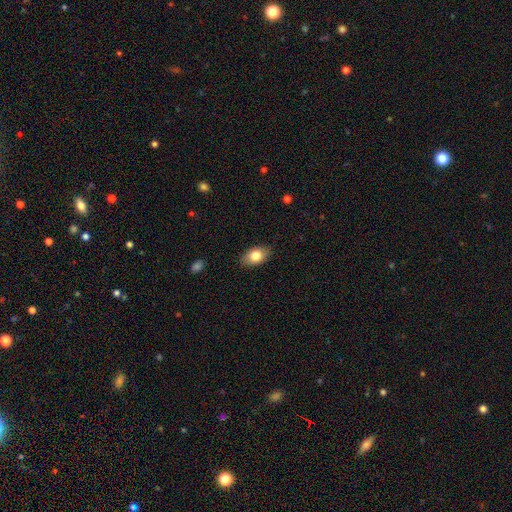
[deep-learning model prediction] Morphology: type=smooth (81%); roundness=in between (88%); merging=none (86%).